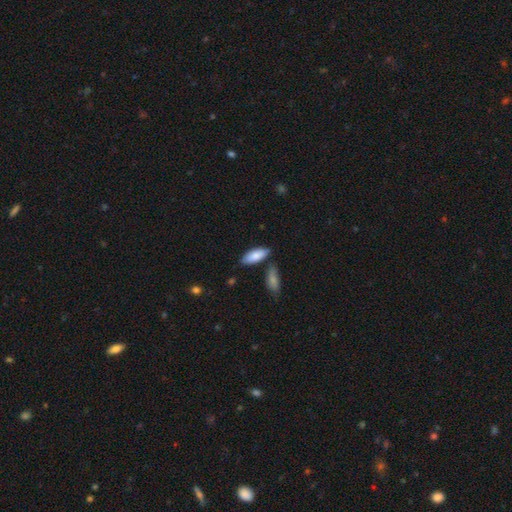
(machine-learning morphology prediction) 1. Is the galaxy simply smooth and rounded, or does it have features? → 83% smooth, 11% featured or disk, 5% star or artifact.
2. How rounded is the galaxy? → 81% in between, 17% cigar-shaped, 2% round.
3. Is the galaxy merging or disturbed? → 72% none, 16% minor disturbance, 9% merger, 3% major disturbance.